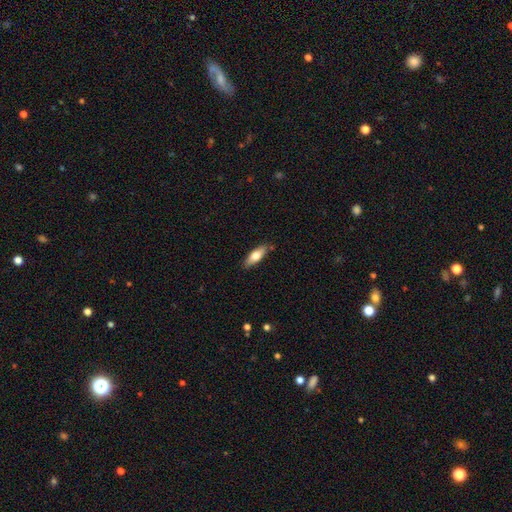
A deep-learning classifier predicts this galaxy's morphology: A smooth galaxy with no disk features (69%) that is in between round and cigar-shaped (59%).

Vote fractions:
- Smooth or featured? smooth: 69% / featured or disk: 26% / star or artifact: 6%
- How rounded? in between: 59% / cigar-shaped: 39% / round: 2%
- Merging? none: 84% / minor disturbance: 12% / major disturbance: 2% / merger: 2%